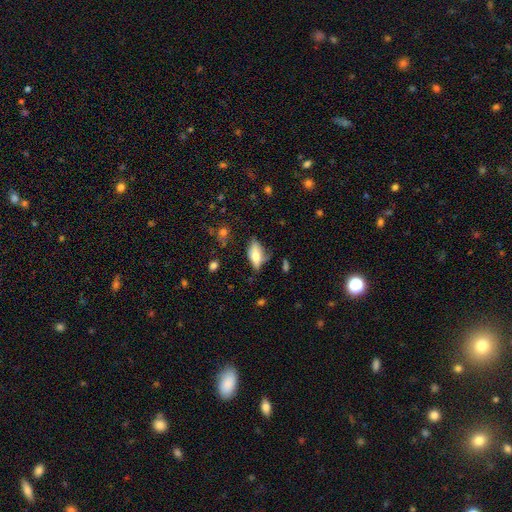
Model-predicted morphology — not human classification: The model was most divided on "merging": none: 49%, minor disturbance: 32%, major disturbance: 14%, merger: 6%. More confident: how rounded — in between (79%); smooth or featured — smooth (65%).